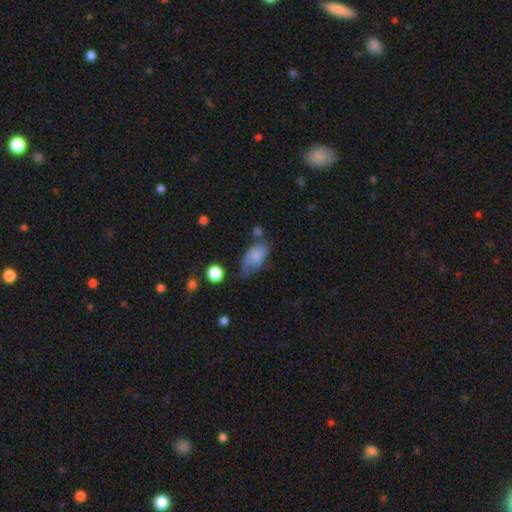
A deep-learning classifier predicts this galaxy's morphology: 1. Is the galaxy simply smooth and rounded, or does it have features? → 73% smooth, 19% featured or disk, 9% star or artifact.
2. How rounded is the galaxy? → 90% in between, 5% round, 4% cigar-shaped.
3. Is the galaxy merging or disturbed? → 37% minor disturbance, 34% none, 21% major disturbance, 8% merger.